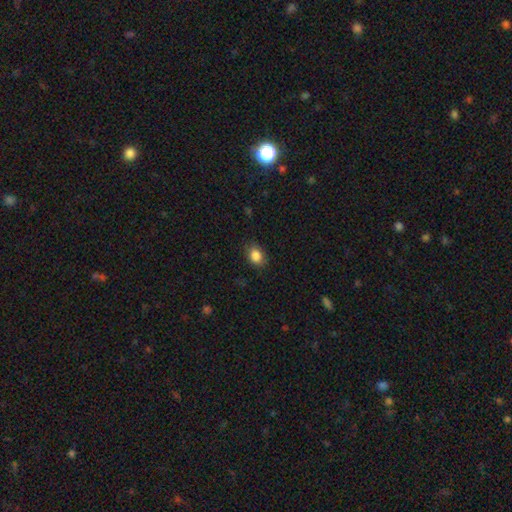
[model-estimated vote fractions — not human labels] A smooth galaxy with no disk features (85%) that is in between round and cigar-shaped (62%). Merging: none (82%).